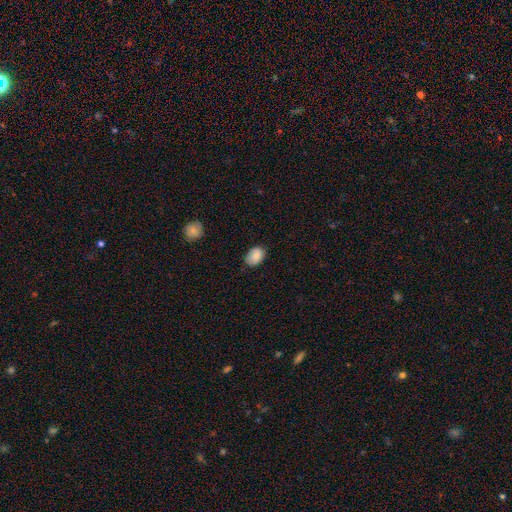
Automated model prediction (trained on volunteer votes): smooth 86%, star or artifact 8%, featured or disk 7%. Down the decision tree: how rounded — in between (77%); merging — none (75%).